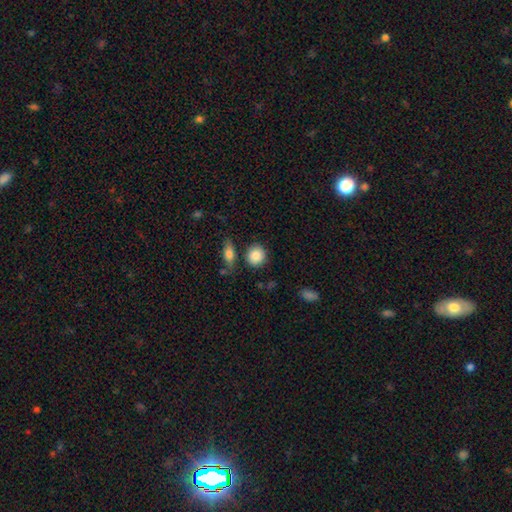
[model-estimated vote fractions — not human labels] smooth 86%, star or artifact 7%, featured or disk 6%. Down the decision tree: how rounded — round (83%); merging — none (78%).